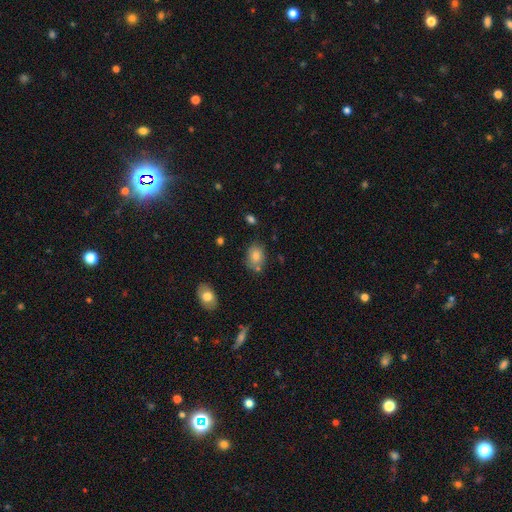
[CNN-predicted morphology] Q: Smooth or featured?
A: smooth (78%); runner-up: featured or disk (12%)
Q: How rounded?
A: in between (68%); runner-up: round (31%)
Q: Merging?
A: none (71%); runner-up: minor disturbance (17%)